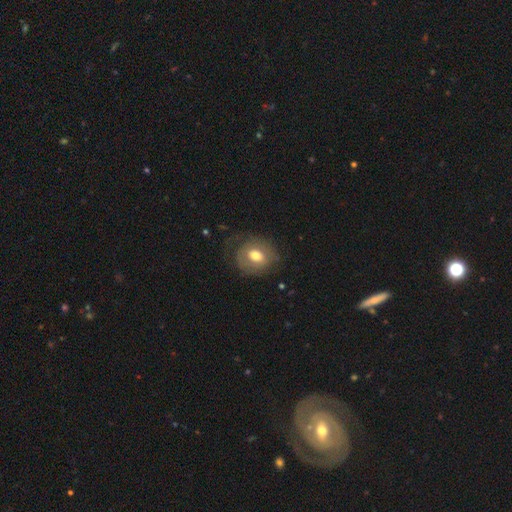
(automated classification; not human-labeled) Q: Smooth or featured?
A: smooth (58%); runner-up: featured or disk (34%)
Q: How rounded?
A: round (60%); runner-up: in between (39%)
Q: Merging?
A: none (64%); runner-up: minor disturbance (21%)